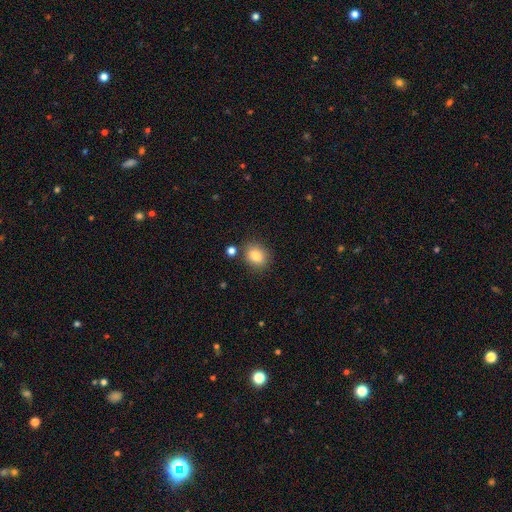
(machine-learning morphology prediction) A smooth galaxy with no disk features (82%) that is round (54%).

Vote fractions:
- Smooth or featured? smooth: 82% / star or artifact: 10% / featured or disk: 8%
- How rounded? round: 54% / in between: 45% / cigar-shaped: 1%
- Merging? none: 81% / minor disturbance: 11% / merger: 6% / major disturbance: 3%